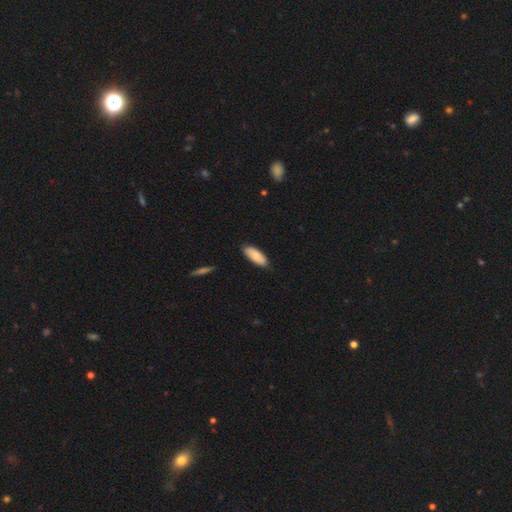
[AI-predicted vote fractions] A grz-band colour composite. It shows a smooth galaxy with no disk features (86%) that is in between round and cigar-shaped (76%). Merging: none (85%).